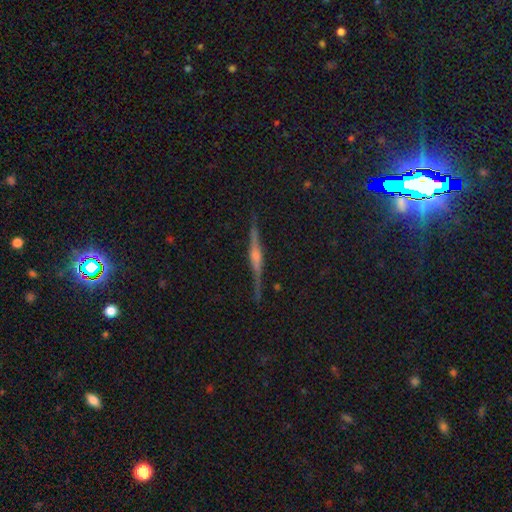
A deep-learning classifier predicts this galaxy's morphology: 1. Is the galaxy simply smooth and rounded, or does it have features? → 78% featured or disk, 12% smooth, 10% star or artifact.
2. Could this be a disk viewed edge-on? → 98% yes, 2% no.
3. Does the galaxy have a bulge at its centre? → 72% rounded, 18% boxy, 9% none.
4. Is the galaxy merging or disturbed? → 89% none, 8% minor disturbance, 2% major disturbance, 1% merger.